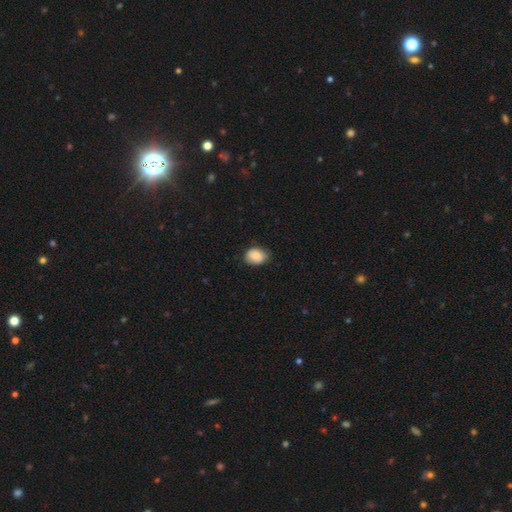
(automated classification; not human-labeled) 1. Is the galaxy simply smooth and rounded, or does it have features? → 85% smooth, 8% featured or disk, 7% star or artifact.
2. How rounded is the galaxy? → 58% in between, 41% round, 1% cigar-shaped.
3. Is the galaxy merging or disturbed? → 72% none, 23% minor disturbance, 4% major disturbance, 1% merger.